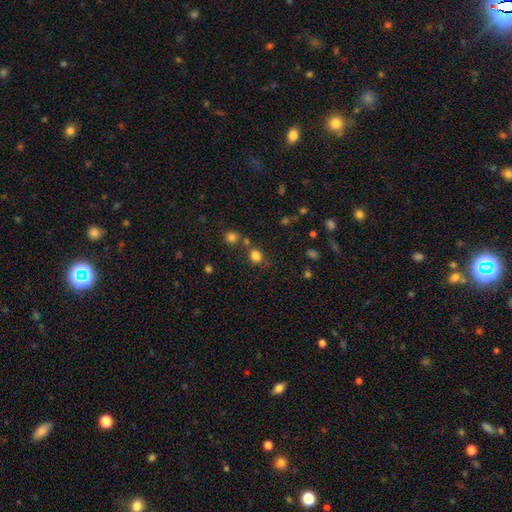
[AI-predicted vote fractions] Smooth or featured? smooth (81%)
How rounded? round (80%)
Merging? none (73%)